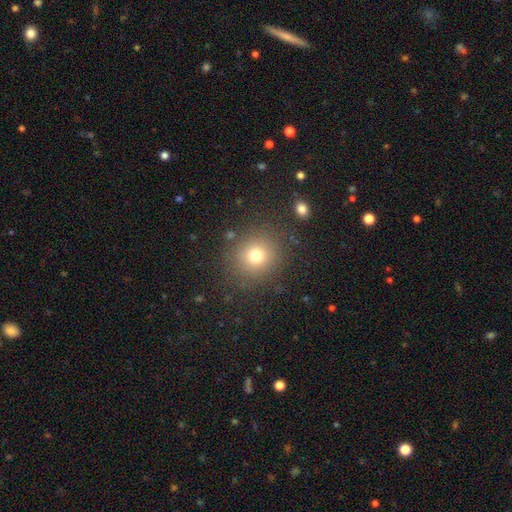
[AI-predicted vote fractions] smooth-or-featured: smooth: 74% | star or artifact: 16% | featured or disk: 10%
  how-rounded: round: 88% | in between: 11% | cigar-shaped: 1%
  merging: none: 85% | minor disturbance: 9% | major disturbance: 4% | merger: 2%